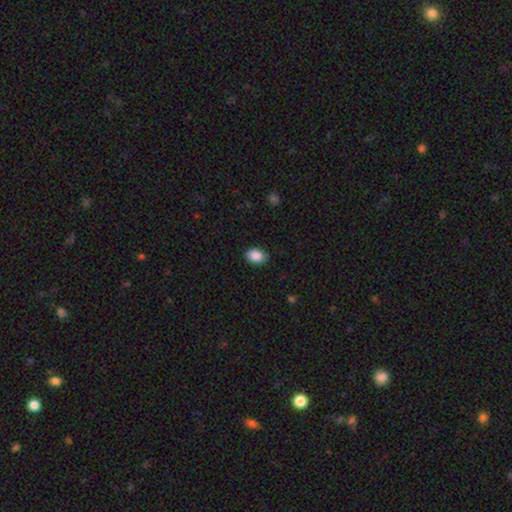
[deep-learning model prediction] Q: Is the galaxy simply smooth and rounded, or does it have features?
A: smooth — 90%.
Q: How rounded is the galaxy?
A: in between — 76%.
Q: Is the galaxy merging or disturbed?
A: none — 87%.